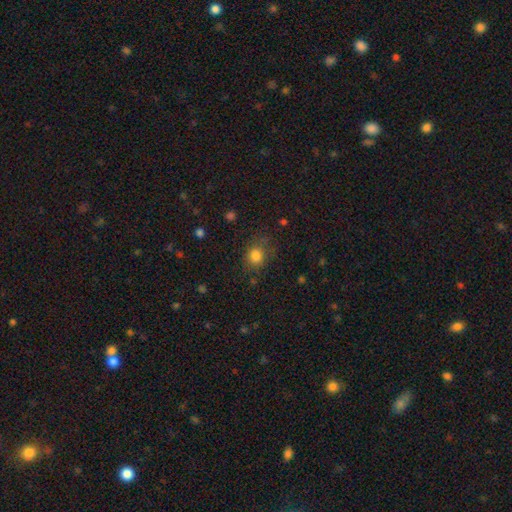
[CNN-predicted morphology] Overall: smooth (81%). How rounded: round (68%; in between 31%). Merging: none (72%).